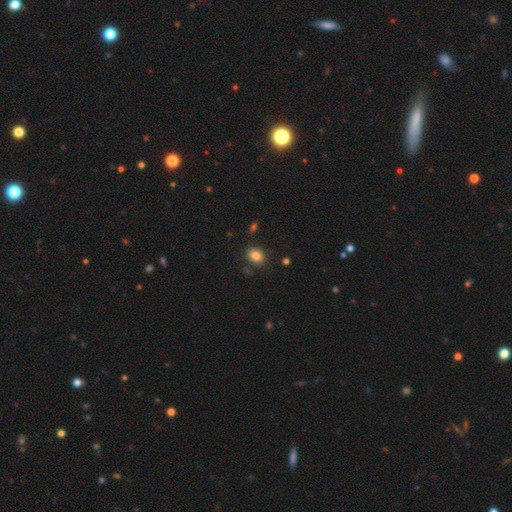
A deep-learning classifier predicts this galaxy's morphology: This is clearly a smooth galaxy (84%). How rounded: likely in between (65%). Merging: clearly none (82%).